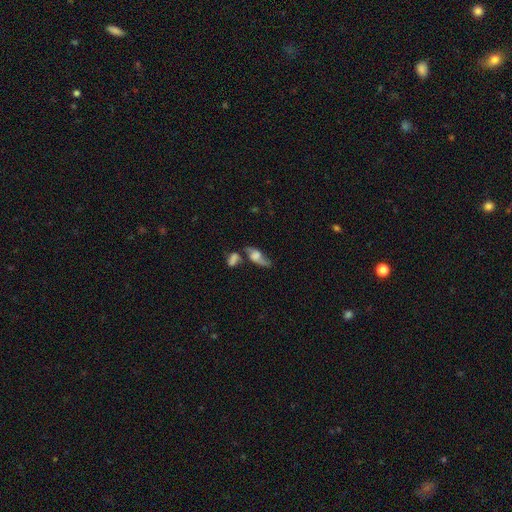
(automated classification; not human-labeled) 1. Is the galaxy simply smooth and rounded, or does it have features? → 52% featured or disk, 38% smooth, 10% star or artifact.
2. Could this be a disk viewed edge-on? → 79% no, 21% yes.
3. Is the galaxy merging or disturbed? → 34% merger, 33% none, 18% minor disturbance, 16% major disturbance.